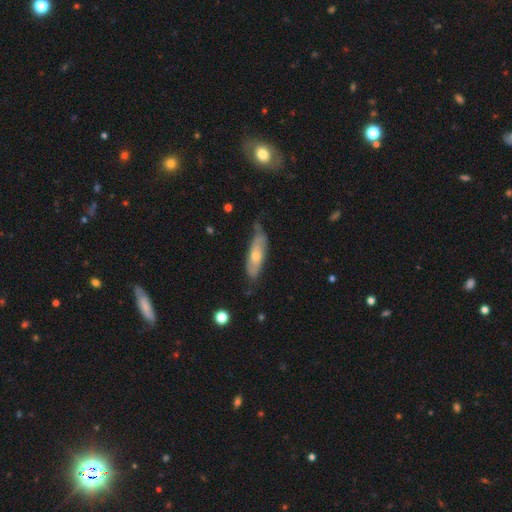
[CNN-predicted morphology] type=featured or disk (50%); merging=none (57%).